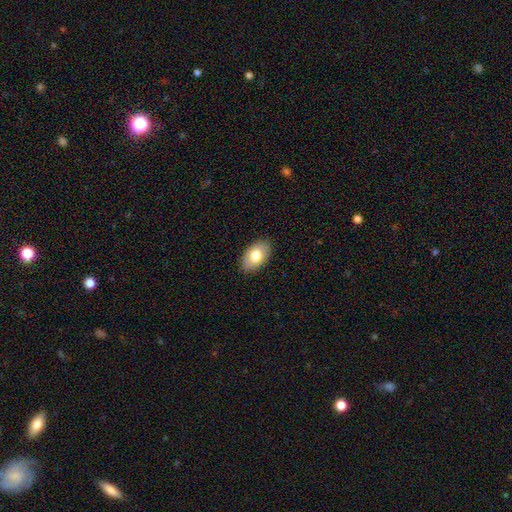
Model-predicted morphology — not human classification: The model was most divided on "smooth or featured": smooth: 75%, featured or disk: 18%, star or artifact: 6%. More confident: how rounded — in between (92%); merging — none (87%).